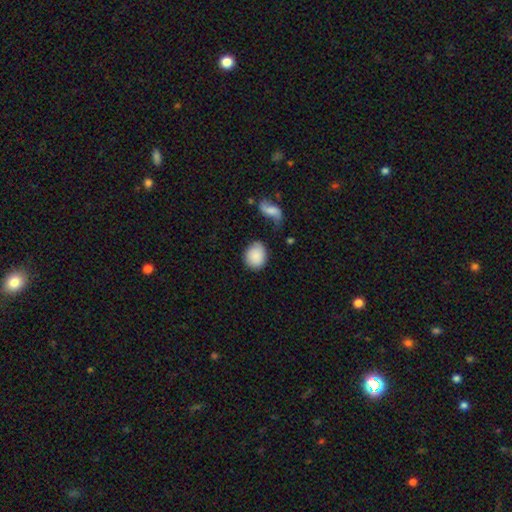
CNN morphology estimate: Q: Smooth or featured?
A: smooth (84%); runner-up: featured or disk (9%)
Q: How rounded?
A: round (57%); runner-up: in between (42%)
Q: Merging?
A: none (68%); runner-up: minor disturbance (20%)